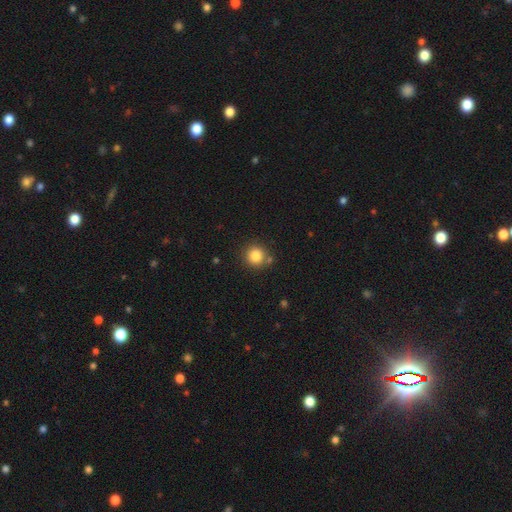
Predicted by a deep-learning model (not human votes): Smooth or featured? Predicted: smooth (p=0.84). How rounded? Predicted: round (p=0.93). Merging? Predicted: none (p=0.80).